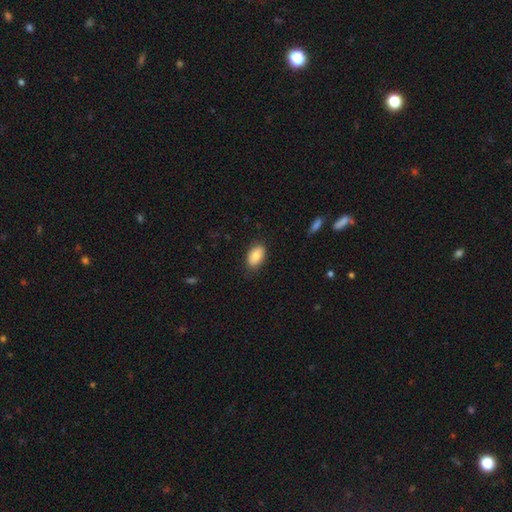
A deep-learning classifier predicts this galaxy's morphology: Q: Smooth or featured?
A: smooth (80%); runner-up: featured or disk (13%)
Q: How rounded?
A: in between (91%); runner-up: round (7%)
Q: Merging?
A: none (82%); runner-up: minor disturbance (14%)